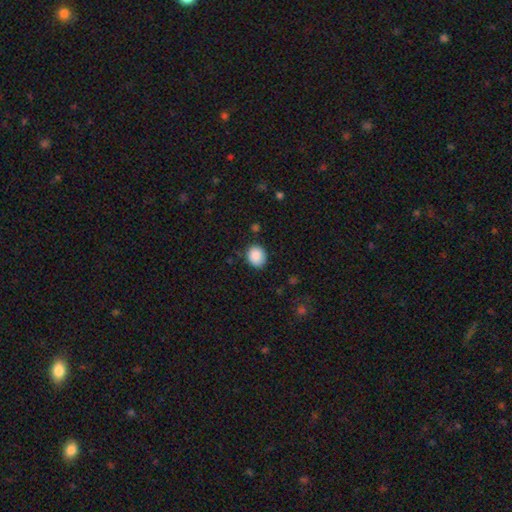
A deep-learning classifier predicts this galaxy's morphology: Smooth or featured? Predicted: smooth (p=0.88). How rounded? Predicted: round (p=0.60). Merging? Predicted: none (p=0.82).